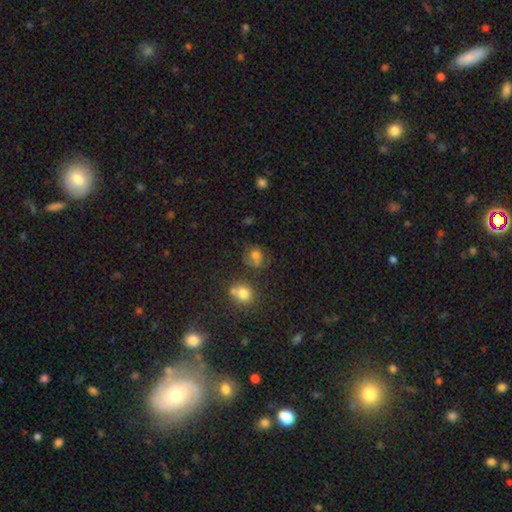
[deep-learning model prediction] The model was most divided on "merging": none: 48%, minor disturbance: 22%, major disturbance: 15%, merger: 15%. More confident: how rounded — round (68%); smooth or featured — smooth (60%).